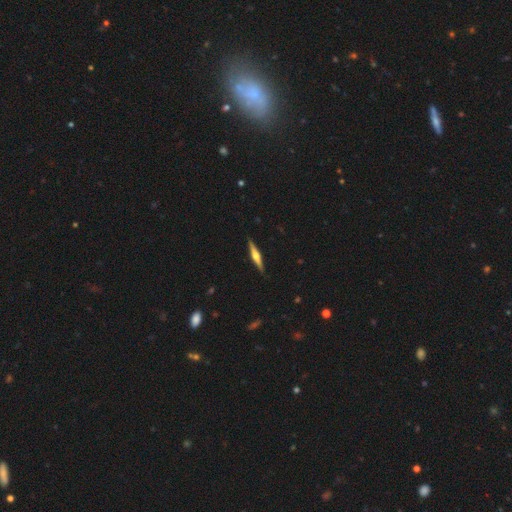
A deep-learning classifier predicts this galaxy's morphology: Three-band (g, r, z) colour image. It shows a featured or disk galaxy (70%) viewed edge-on (98%) with a rounded central bulge (89%). Merging: none (91%).